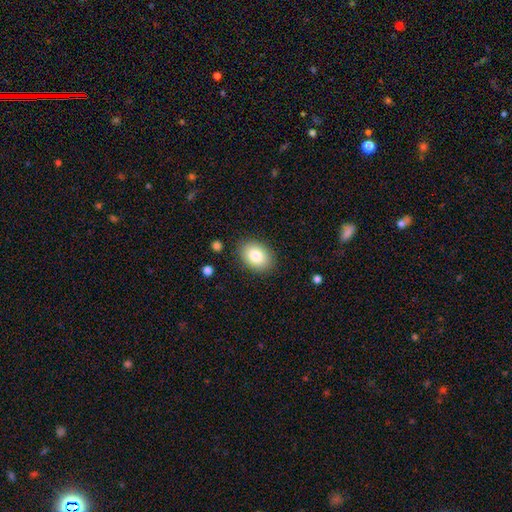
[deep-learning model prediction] smooth_or_featured: smooth (p=0.83) [alt: featured or disk p=0.09]
how_rounded: in between (p=0.76) [alt: round p=0.23]
merging: none (p=0.87) [alt: minor disturbance p=0.09]